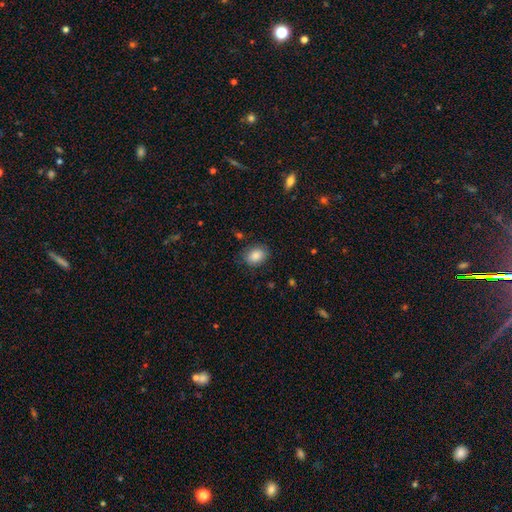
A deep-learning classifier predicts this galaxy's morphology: Q: Smooth or featured?
A: smooth (86%); runner-up: star or artifact (8%)
Q: How rounded?
A: in between (66%); runner-up: round (33%)
Q: Merging?
A: none (82%); runner-up: minor disturbance (13%)